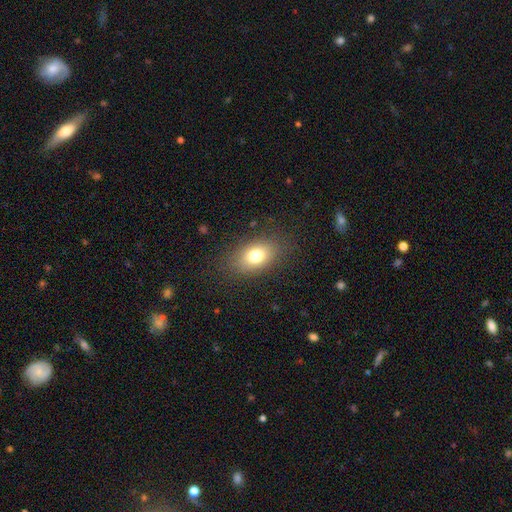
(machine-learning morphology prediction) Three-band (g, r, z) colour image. It shows a smooth galaxy with no disk features (76%) that is in between round and cigar-shaped (79%). Merging: none (81%).